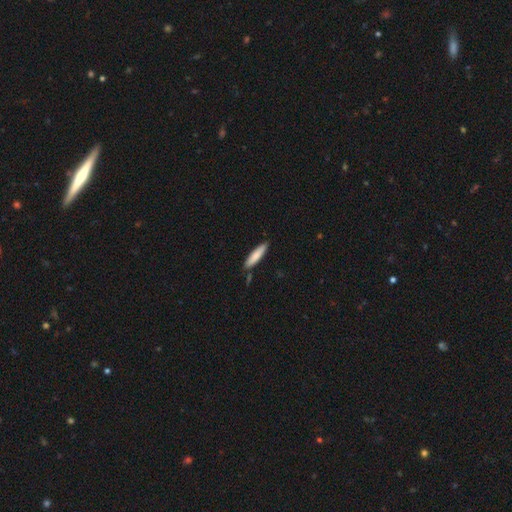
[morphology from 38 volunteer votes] Volunteers were most divided on "smooth or featured": smooth: 74%, featured or disk: 24%, star or artifact: 3%. More confident: how rounded — cigar-shaped (89%); merging — none (84%).